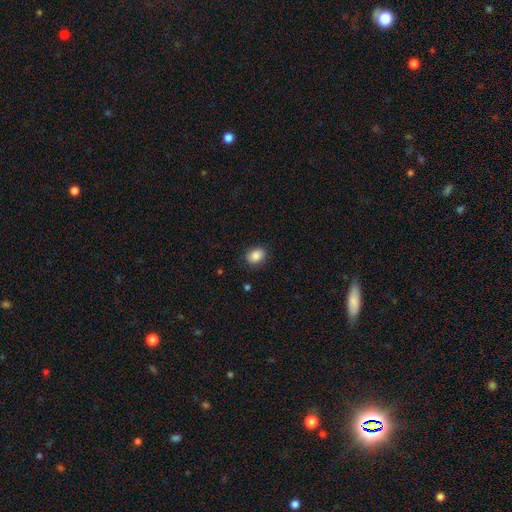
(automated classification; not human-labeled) The model was most divided on "how rounded": in between: 66%, round: 33%, cigar-shaped: 1%. More confident: smooth or featured — smooth (87%); merging — none (85%).